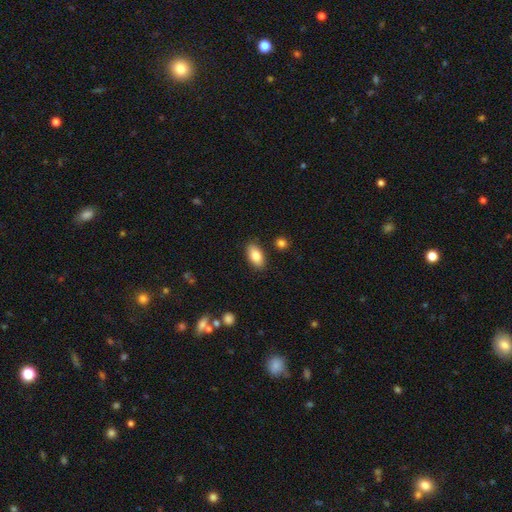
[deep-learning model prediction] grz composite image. It shows a smooth galaxy with no disk features (84%) that is in between round and cigar-shaped (91%). Merging: none (87%).